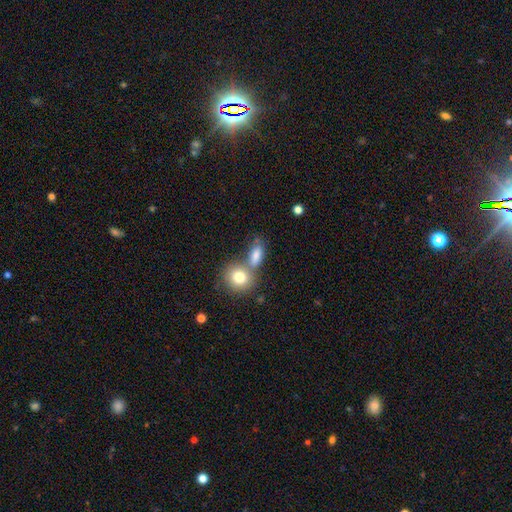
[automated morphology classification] Smooth or featured? Predicted: smooth (p=0.81). How rounded? Predicted: in between (p=0.74). Merging? Predicted: none (p=0.44).